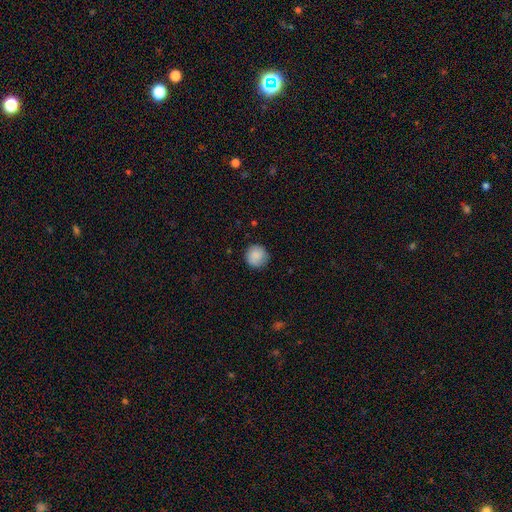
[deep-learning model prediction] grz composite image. It shows a smooth galaxy with no disk features (88%) that is round (94%). Merging: none (87%).